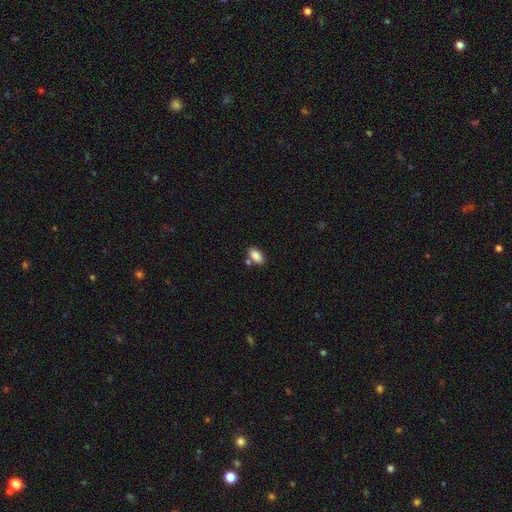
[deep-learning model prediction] The model was most divided on "merging": none: 71%, merger: 14%, minor disturbance: 12%, major disturbance: 3%. More confident: how rounded — in between (91%); smooth or featured — smooth (87%).